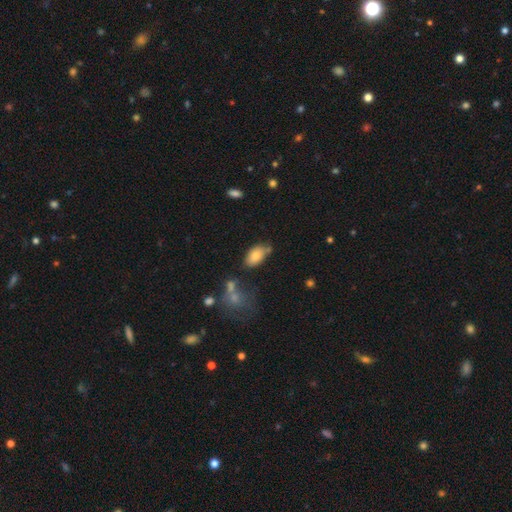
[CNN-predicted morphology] type=smooth (79%); roundness=in between (93%); merging=none (59%).